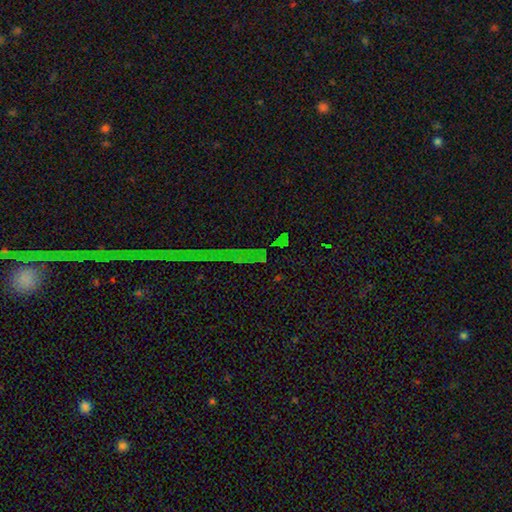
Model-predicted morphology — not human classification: The model was most divided on "smooth or featured": star or artifact: 73%, smooth: 14%, featured or disk: 12%.